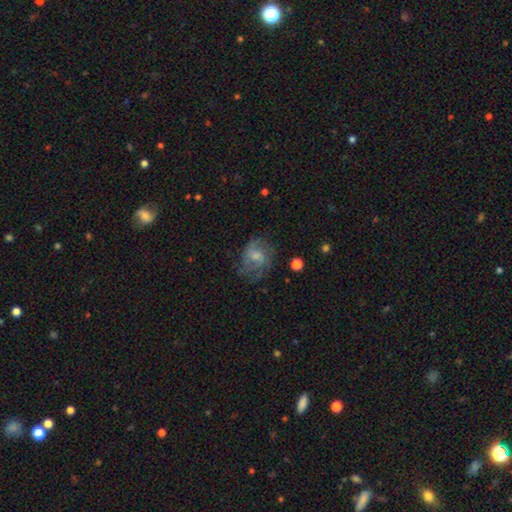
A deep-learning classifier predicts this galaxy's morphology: The model was most divided on "bulge size": moderate: 45%, small: 42%, none: 7%, large: 4%, dominant: 1%. More confident: edge-on disk — no (97%); spiral arms — yes (83%); merging — none (67%); smooth or featured — featured or disk (58%); bar — no (54%).